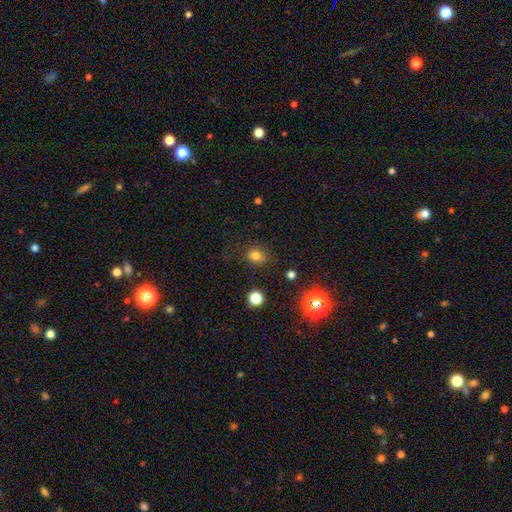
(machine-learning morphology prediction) smooth-or-featured: smooth: 77% | star or artifact: 17% | featured or disk: 7%
  how-rounded: round: 63% | in between: 36% | cigar-shaped: 1%
  merging: none: 74% | minor disturbance: 18% | major disturbance: 5% | merger: 3%